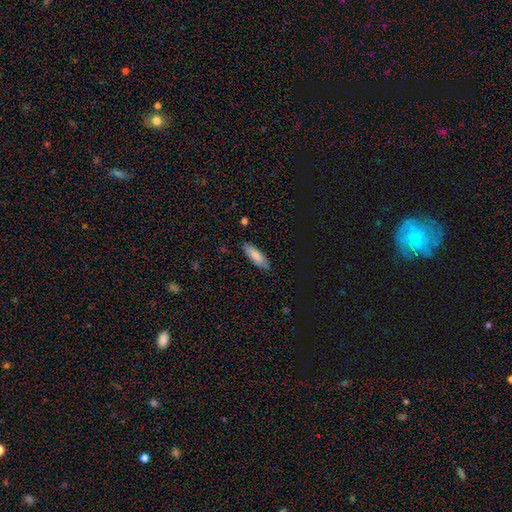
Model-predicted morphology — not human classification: Smooth or featured?
  - smooth: 82% *
  - featured or disk: 12%
  - star or artifact: 6%
How rounded?
  - in between: 50% *
  - cigar-shaped: 48%
  - round: 1%
Merging?
  - none: 83% *
  - minor disturbance: 13%
  - major disturbance: 2%
  - merger: 1%